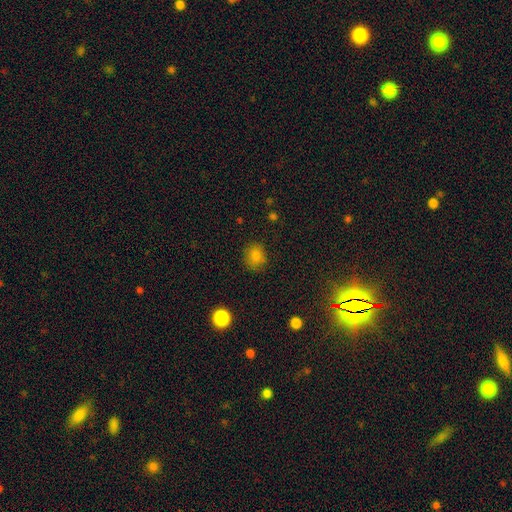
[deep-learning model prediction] Smooth or featured? smooth (81%)
How rounded? round (71%)
Merging? none (81%)